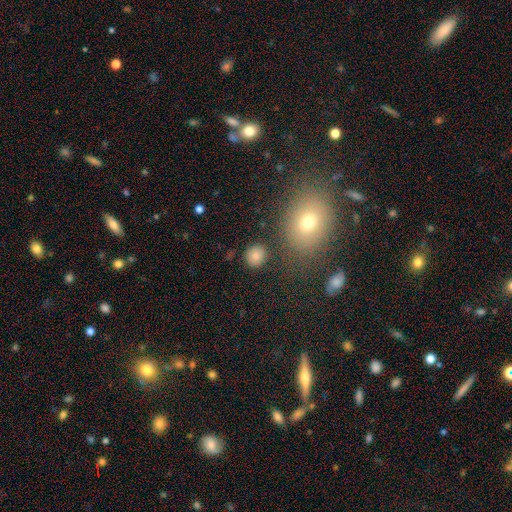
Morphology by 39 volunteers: Volunteers were most divided on "how rounded": round: 75%, in between: 25%, cigar-shaped: 0%. More confident: smooth or featured — smooth (92%); merging — none (87%).